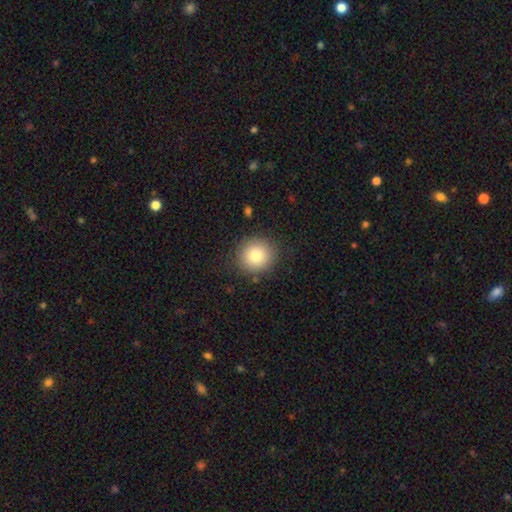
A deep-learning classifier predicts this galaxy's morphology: Smooth or featured: smooth — 80% (star or artifact — 10%)
How rounded: round — 91% (in between — 8%)
Merging: none — 87% (minor disturbance — 8%)